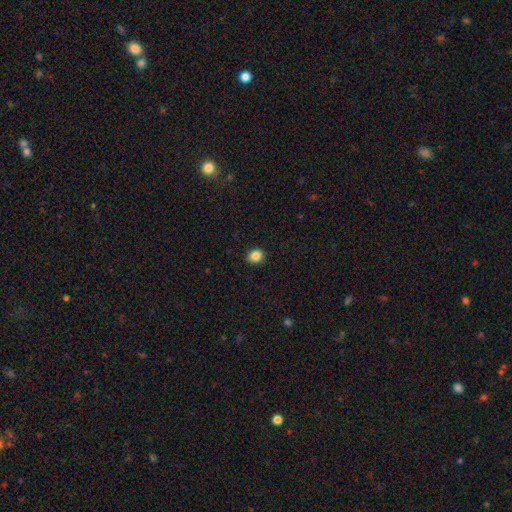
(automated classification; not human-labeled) smooth_or_featured: smooth (p=0.86) [alt: star or artifact p=0.10]
how_rounded: round (p=0.58) [alt: in between p=0.41]
merging: none (p=0.90) [alt: minor disturbance p=0.07]